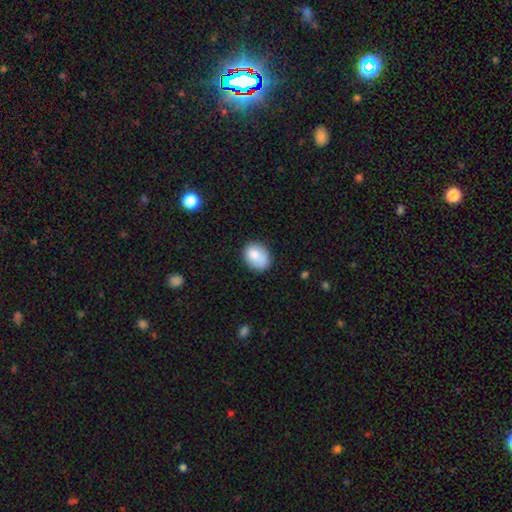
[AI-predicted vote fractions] Morphology: type=smooth (85%); roundness=in between (64%); merging=none (74%).